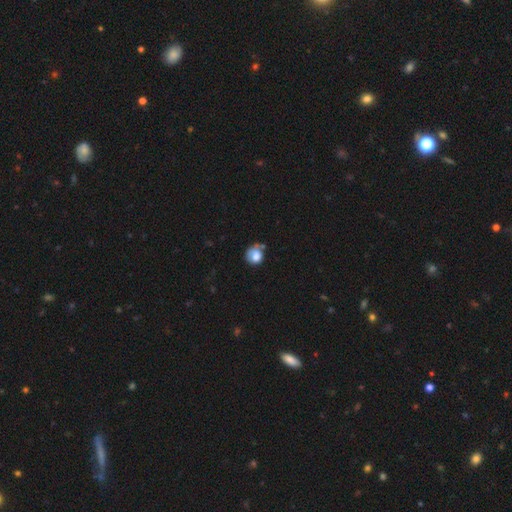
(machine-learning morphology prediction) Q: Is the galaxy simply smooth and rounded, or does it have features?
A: smooth — 73%.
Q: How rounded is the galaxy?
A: round — 73%.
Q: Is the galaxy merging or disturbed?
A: none — 42%.